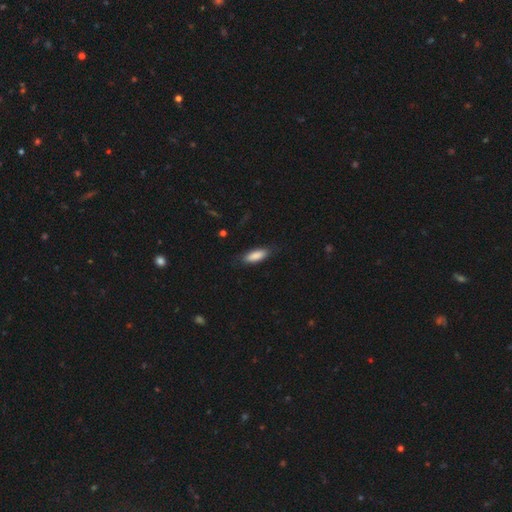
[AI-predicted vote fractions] Smooth or featured? Predicted: smooth (p=0.87). How rounded? Predicted: in between (p=0.67). Merging? Predicted: none (p=0.80).